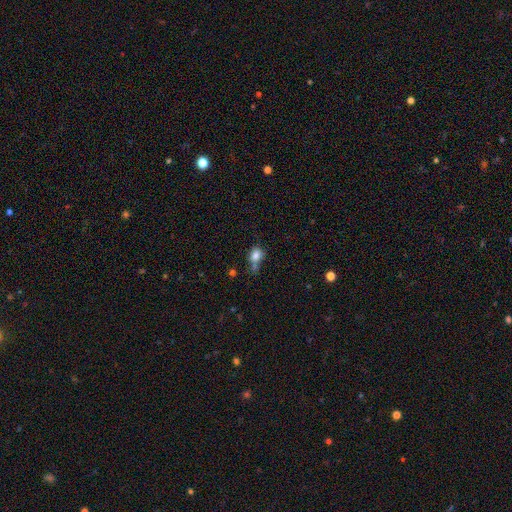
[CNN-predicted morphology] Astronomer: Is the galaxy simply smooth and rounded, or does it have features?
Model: smooth — 79%.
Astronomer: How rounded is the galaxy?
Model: in between — 54% (runner-up: round, 44%).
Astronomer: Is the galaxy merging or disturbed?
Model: none — 41% (runner-up: minor disturbance, 25%).